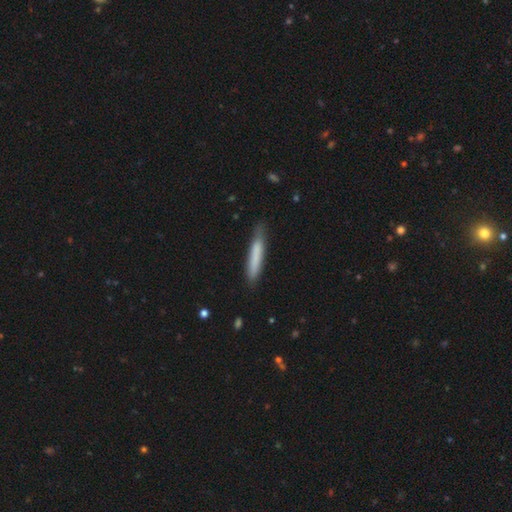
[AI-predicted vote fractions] Smooth or featured? smooth (76%)
How rounded? cigar-shaped (92%)
Merging? none (80%)